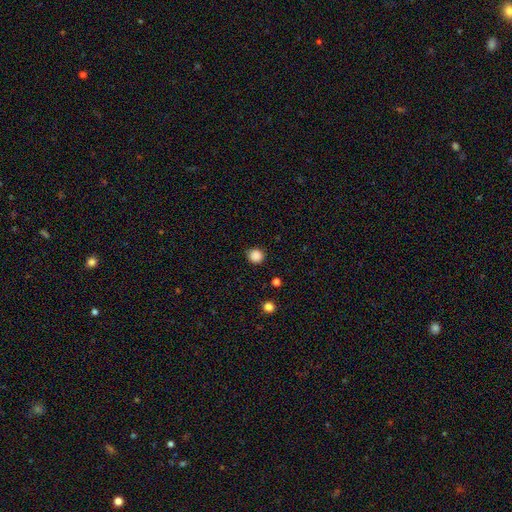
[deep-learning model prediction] The model was most divided on "smooth or featured": smooth: 87%, star or artifact: 11%, featured or disk: 2%. More confident: how rounded — round (93%); merging — none (89%).